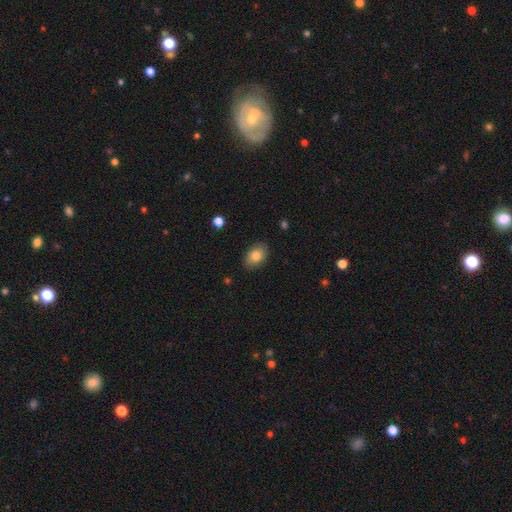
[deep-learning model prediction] Smooth or featured? Predicted: smooth (p=0.82). How rounded? Predicted: in between (p=0.83). Merging? Predicted: none (p=0.86).